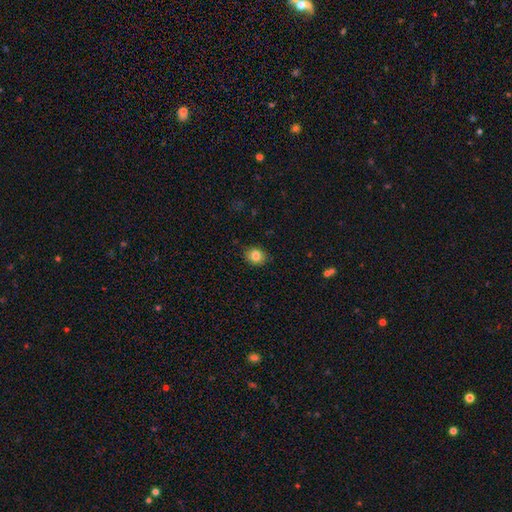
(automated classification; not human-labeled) Smooth or featured: smooth — 84% (star or artifact — 10%)
How rounded: round — 63% (in between — 36%)
Merging: none — 86% (minor disturbance — 11%)